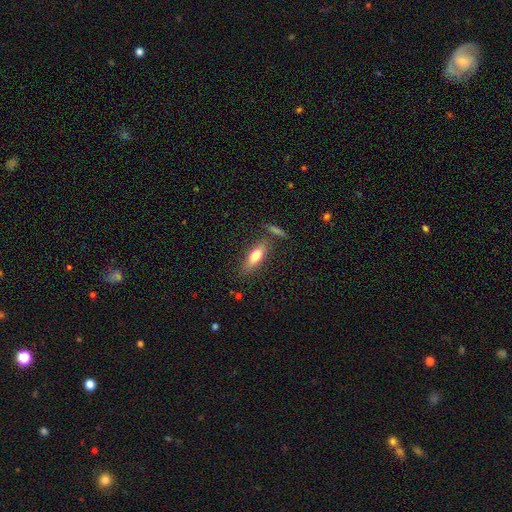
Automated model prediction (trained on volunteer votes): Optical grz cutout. It shows a smooth galaxy with no disk features (66%) that is in between round and cigar-shaped (51%). Merging: none (75%).